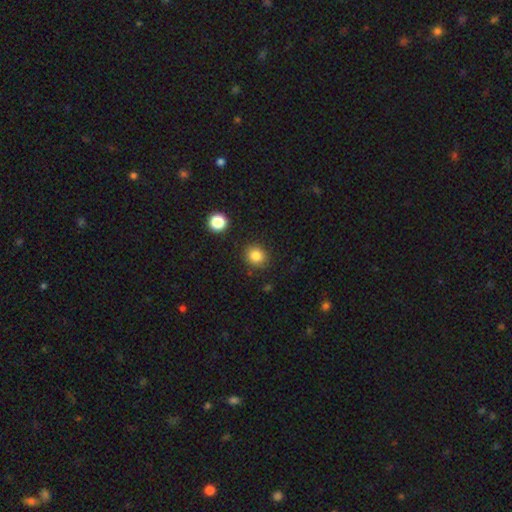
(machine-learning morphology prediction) smooth-or-featured: smooth: 83% | star or artifact: 11% | featured or disk: 6%
  how-rounded: round: 82% | in between: 17% | cigar-shaped: 1%
  merging: none: 87% | minor disturbance: 8% | major disturbance: 2% | merger: 2%